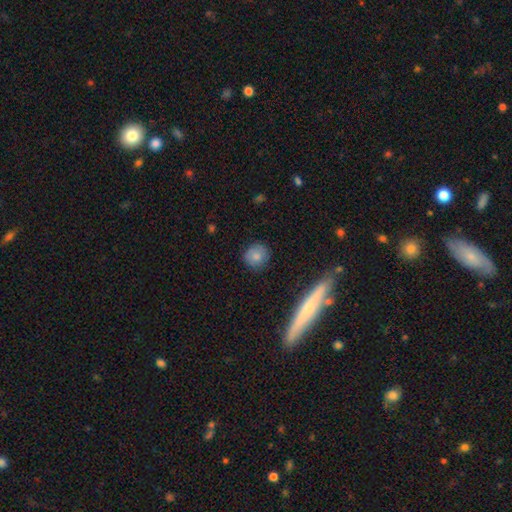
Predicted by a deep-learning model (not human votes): A smooth galaxy with no disk features (80%) that is round (89%). Merging: none (85%).